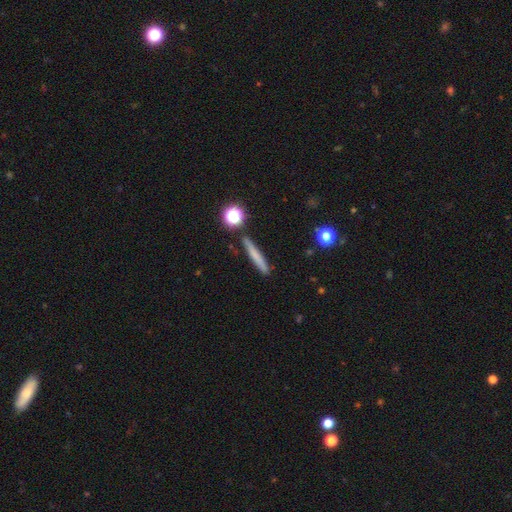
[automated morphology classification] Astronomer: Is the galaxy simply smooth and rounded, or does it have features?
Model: smooth — 66%.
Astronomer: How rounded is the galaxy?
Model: cigar-shaped — 93%.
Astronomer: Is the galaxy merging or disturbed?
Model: none — 87%.